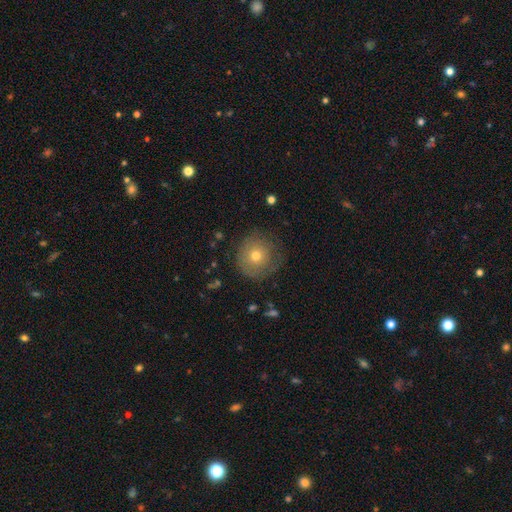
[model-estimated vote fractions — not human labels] The model was most divided on "smooth or featured": smooth: 64%, featured or disk: 25%, star or artifact: 11%. More confident: how rounded — round (93%); merging — none (75%).